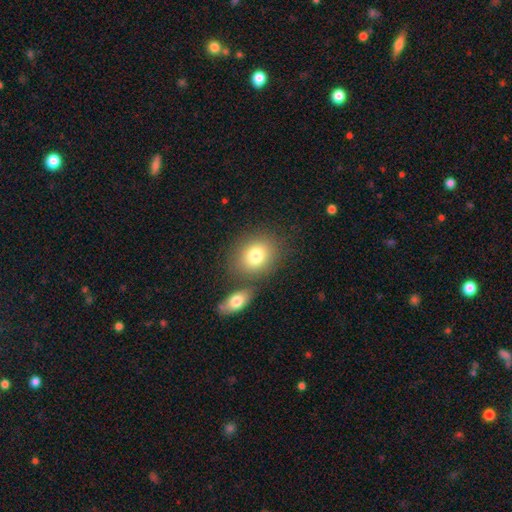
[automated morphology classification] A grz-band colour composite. It shows a smooth galaxy with no disk features (80%) that is round (55%). Merging: none (67%).